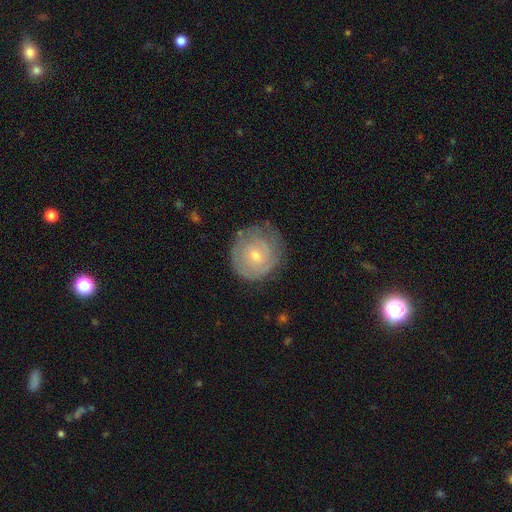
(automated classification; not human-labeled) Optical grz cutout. It shows a featured or disk galaxy (55%) with no bar (77%), spiral arms (68%) and a small central bulge (63%). Merging: none (70%).